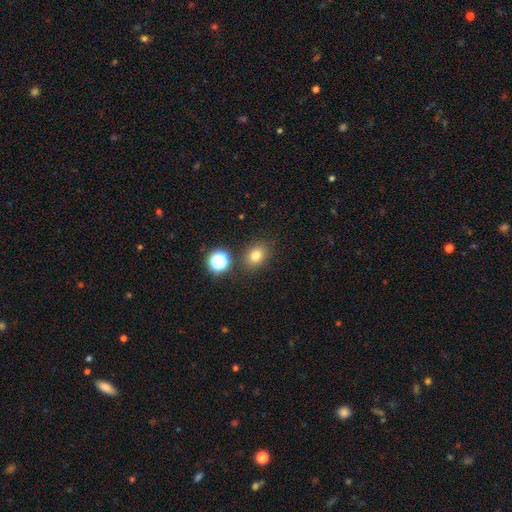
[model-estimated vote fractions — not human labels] This appears to be a smooth galaxy with no disk features (75%) that is round (50%). Merging: none (82%).